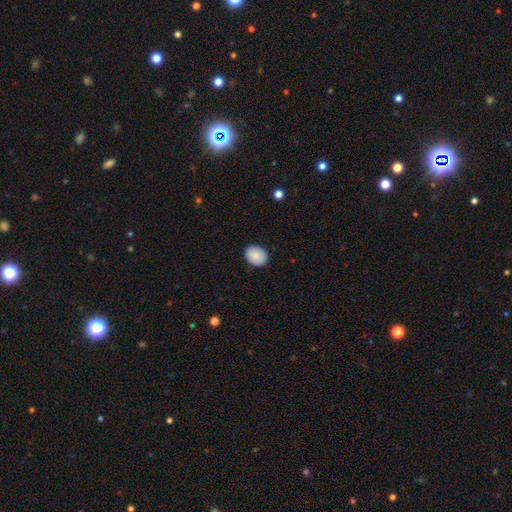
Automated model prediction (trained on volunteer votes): Smooth or featured? Predicted: smooth (p=0.90). How rounded? Predicted: in between (p=0.57). Merging? Predicted: none (p=0.89).